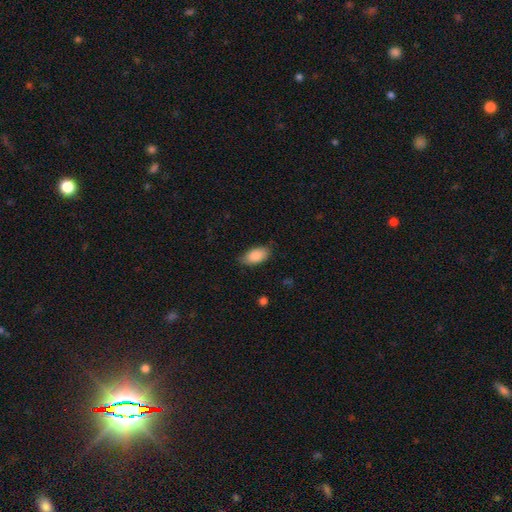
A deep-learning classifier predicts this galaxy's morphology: A smooth galaxy with no disk features (88%) that is in between round and cigar-shaped (92%).

Vote fractions:
- Smooth or featured? smooth: 88% / star or artifact: 6% / featured or disk: 6%
- How rounded? in between: 92% / cigar-shaped: 5% / round: 3%
- Merging? none: 77% / minor disturbance: 19% / major disturbance: 3% / merger: 1%